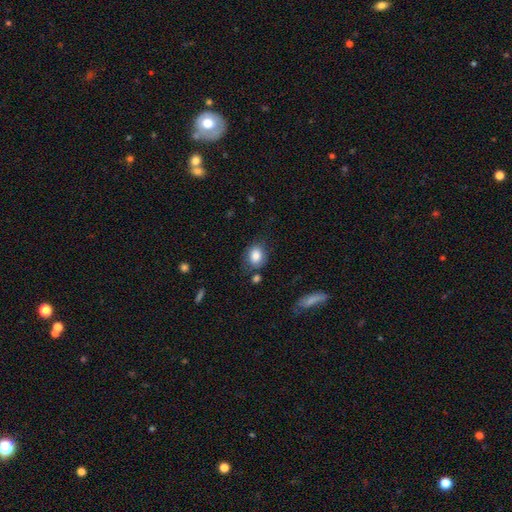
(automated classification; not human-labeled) This is clearly a smooth galaxy (84%). How rounded: possibly in between (54%). Merging: likely none (70%).